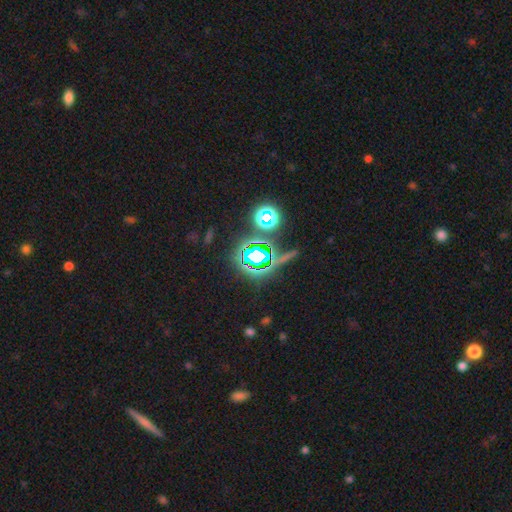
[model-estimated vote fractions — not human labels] A star or artifact, not a galaxy (69%).

Vote fractions:
- Smooth or featured? star or artifact: 69% / smooth: 19% / featured or disk: 12%